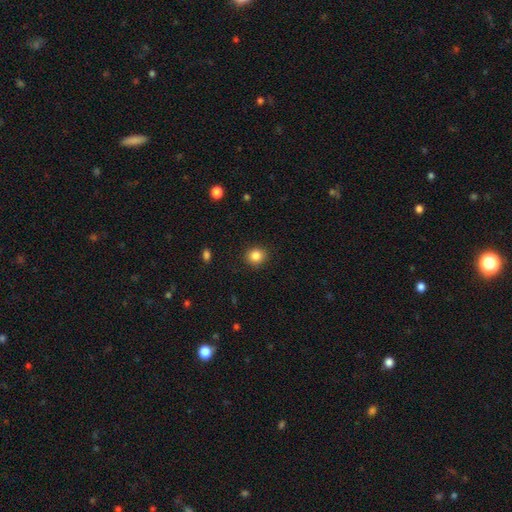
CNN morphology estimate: smooth 85%, star or artifact 10%, featured or disk 5%. Down the decision tree: how rounded — round (82%); merging — none (90%).